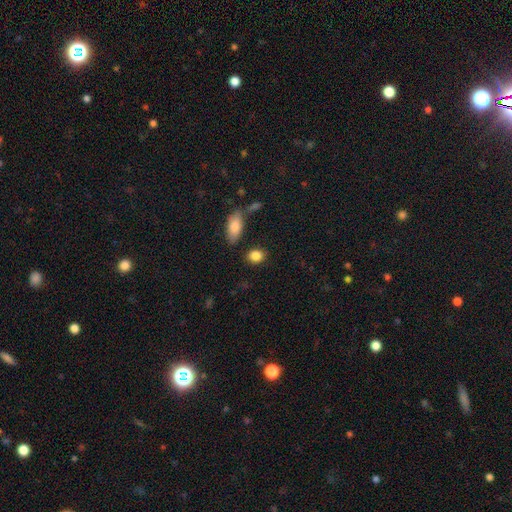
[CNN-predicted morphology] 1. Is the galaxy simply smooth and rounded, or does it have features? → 87% smooth, 8% star or artifact, 5% featured or disk.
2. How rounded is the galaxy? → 54% in between, 44% round, 2% cigar-shaped.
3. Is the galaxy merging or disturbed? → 81% none, 11% minor disturbance, 5% merger, 3% major disturbance.